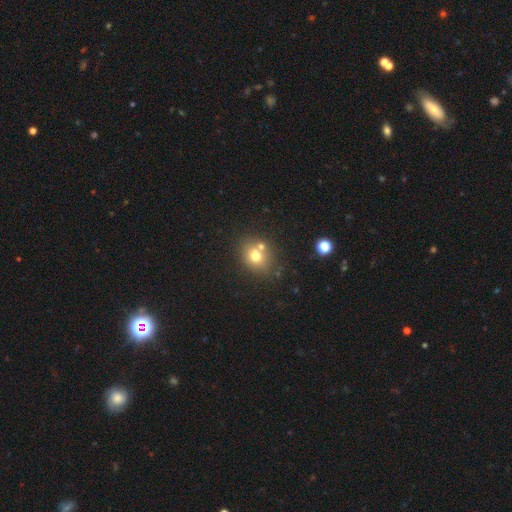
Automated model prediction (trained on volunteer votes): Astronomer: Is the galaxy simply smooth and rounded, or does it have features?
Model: smooth — 70%.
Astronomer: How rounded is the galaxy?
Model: round — 63%.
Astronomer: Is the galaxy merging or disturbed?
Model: none — 59%.